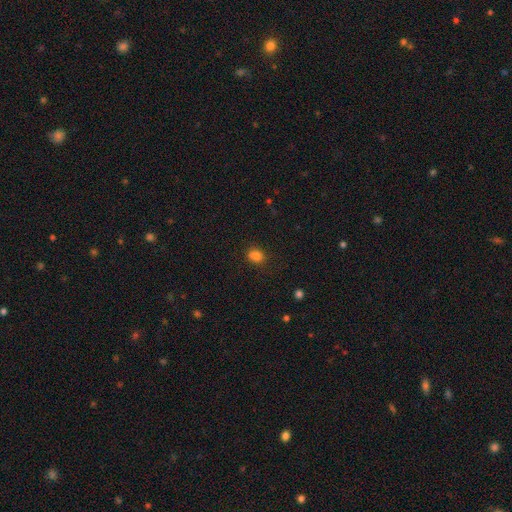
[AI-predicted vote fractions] A smooth galaxy with no disk features (81%) that is in between round and cigar-shaped (54%). Merging: none (71%).